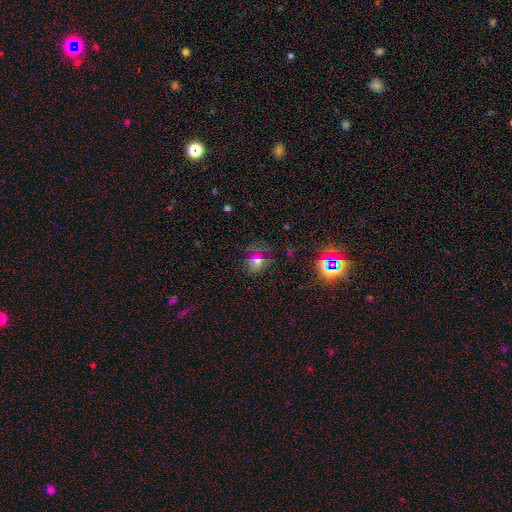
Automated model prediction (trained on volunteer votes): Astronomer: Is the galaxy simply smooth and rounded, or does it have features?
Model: smooth — 45% (runner-up: star or artifact, 36%).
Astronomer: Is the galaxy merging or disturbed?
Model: none — 63%.